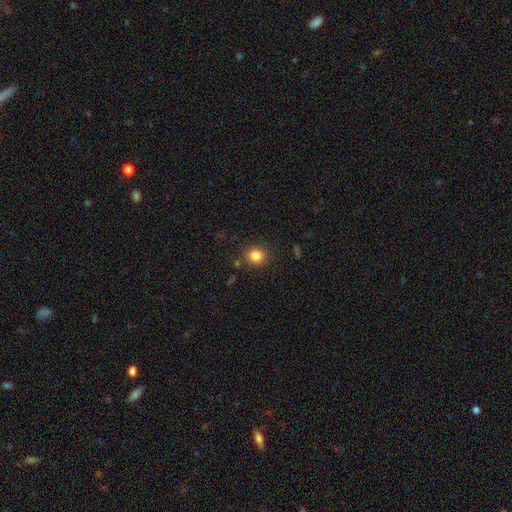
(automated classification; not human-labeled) Smooth or featured? Predicted: smooth (p=0.83). How rounded? Predicted: round (p=0.87). Merging? Predicted: none (p=0.85).